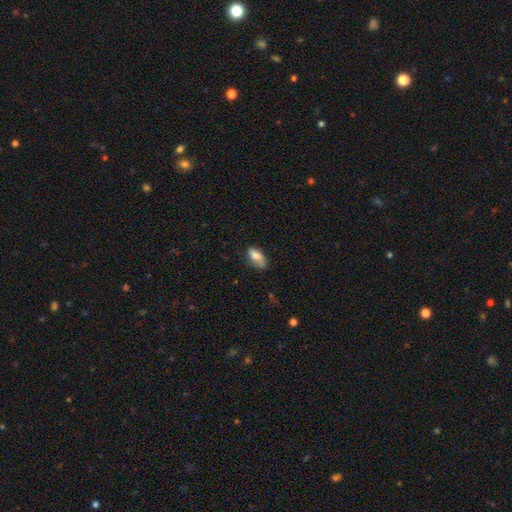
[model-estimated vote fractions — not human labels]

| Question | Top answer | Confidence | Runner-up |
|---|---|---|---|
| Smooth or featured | smooth | 77% | featured or disk (16%) |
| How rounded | in between | 91% | cigar-shaped (4%) |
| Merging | none | 54% | minor disturbance (33%) |